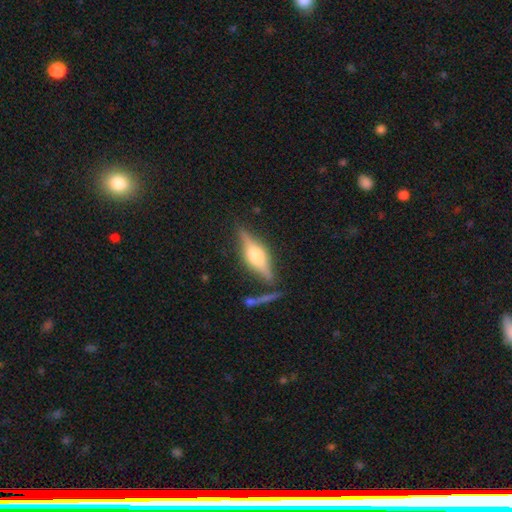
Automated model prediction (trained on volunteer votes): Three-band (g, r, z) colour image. It shows a featured or disk galaxy (67%) viewed edge-on (94%) with a rounded central bulge (90%). Merging: none (75%).